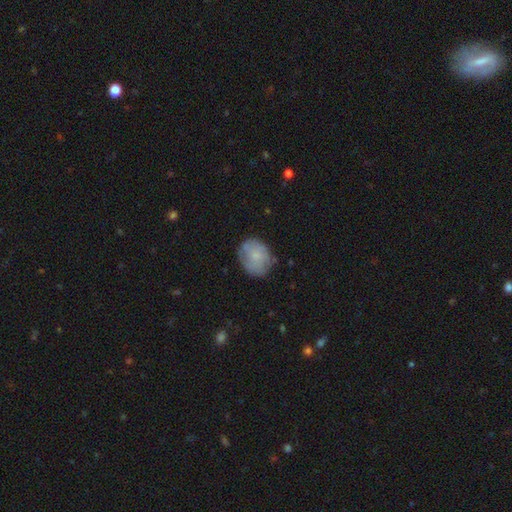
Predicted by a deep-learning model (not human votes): smooth-or-featured: smooth: 69% | featured or disk: 24% | star or artifact: 7%
  how-rounded: round: 55% | in between: 44% | cigar-shaped: 1%
  merging: none: 68% | minor disturbance: 23% | major disturbance: 7% | merger: 2%